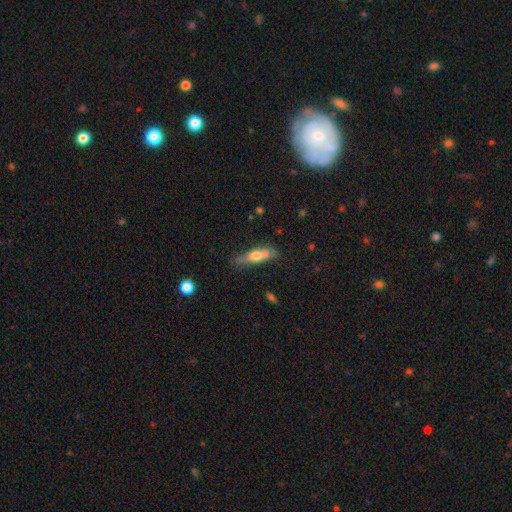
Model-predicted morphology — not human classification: Smooth or featured? Predicted: smooth (p=0.58). How rounded? Predicted: cigar-shaped (p=0.58). Merging? Predicted: none (p=0.61).